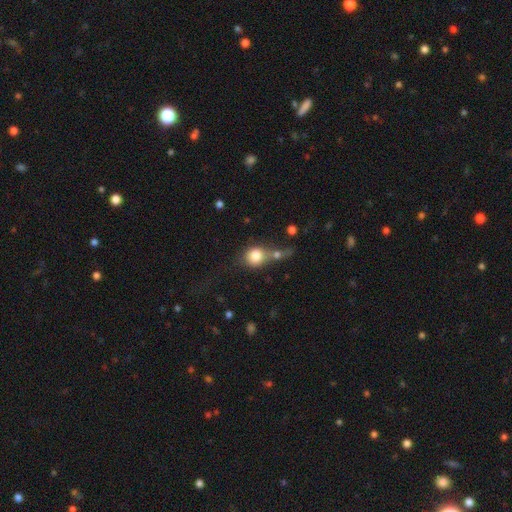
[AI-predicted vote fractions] This appears to be a smooth galaxy with no disk features (80%) that is round (77%). Merging: merger (42%).